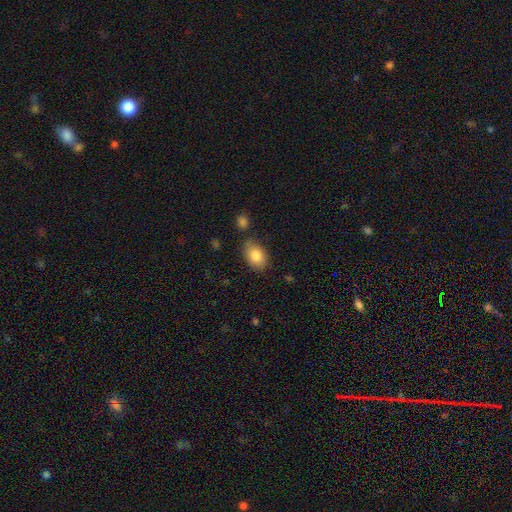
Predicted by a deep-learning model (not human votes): Smooth or featured? Predicted: smooth (p=0.84). How rounded? Predicted: in between (p=0.83). Merging? Predicted: none (p=0.73).